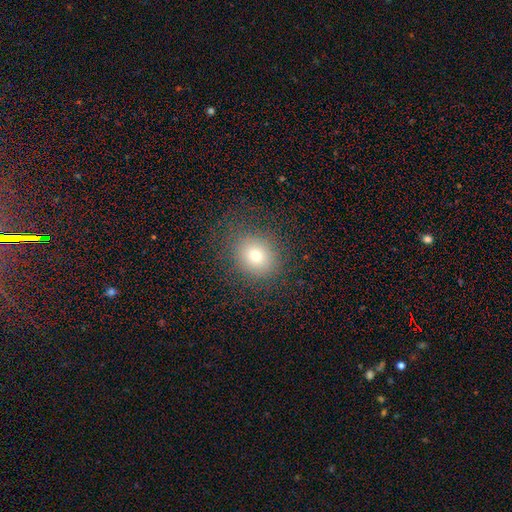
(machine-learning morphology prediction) A smooth galaxy with no disk features (73%) that is round (77%). Merging: none (82%).